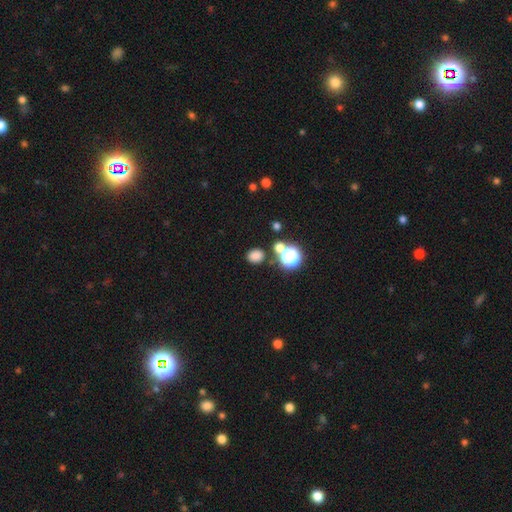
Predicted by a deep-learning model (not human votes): This appears to be a smooth galaxy with no disk features (76%) that is round (65%). Merging: none (77%).